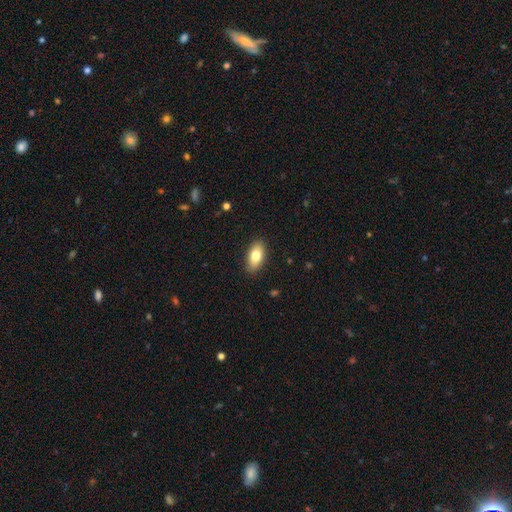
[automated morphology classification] smooth-or-featured: smooth: 80% | featured or disk: 13% | star or artifact: 7%
  how-rounded: in between: 90% | cigar-shaped: 6% | round: 4%
  merging: none: 88% | minor disturbance: 9% | major disturbance: 2% | merger: 1%